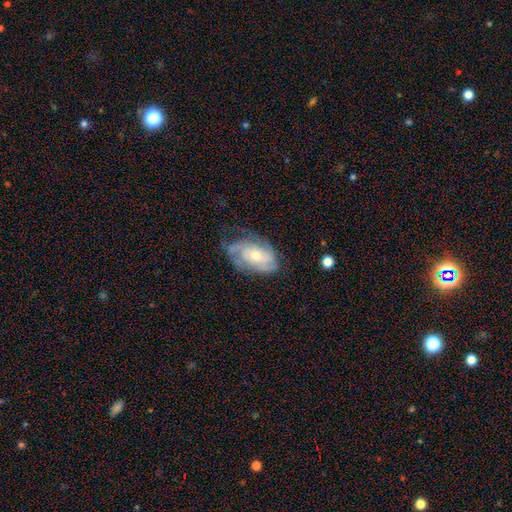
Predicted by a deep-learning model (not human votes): Q: Smooth or featured?
A: featured or disk (70%); runner-up: smooth (24%)
Q: Edge-on disk?
A: no (95%); runner-up: yes (5%)
Q: Bar?
A: no (73%); runner-up: weak (23%)
Q: Spiral arms?
A: yes (84%); runner-up: no (16%)
Q: Spiral winding?
A: tight (53%); runner-up: medium (34%)
Q: Spiral arm count?
A: can't tell (44%); runner-up: 2 (25%)
Q: Bulge size?
A: moderate (56%); runner-up: small (38%)
Q: Merging?
A: none (52%); runner-up: minor disturbance (30%)